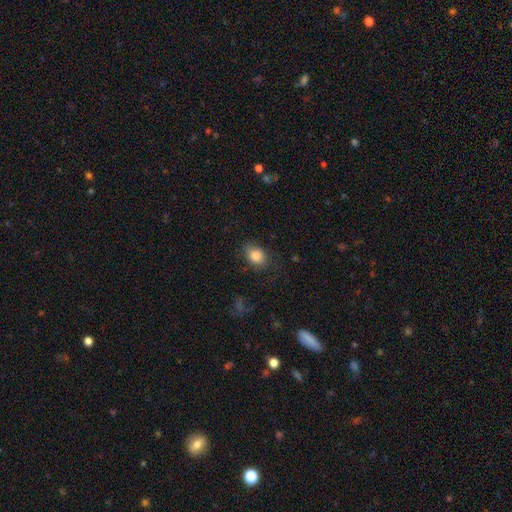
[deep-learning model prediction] smooth-or-featured: smooth: 84% | star or artifact: 9% | featured or disk: 8%
  how-rounded: in between: 69% | round: 30% | cigar-shaped: 1%
  merging: none: 75% | minor disturbance: 17% | major disturbance: 6% | merger: 1%